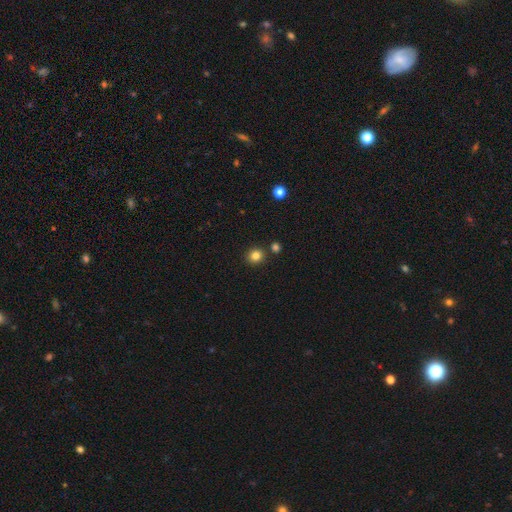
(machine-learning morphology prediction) smooth-or-featured: smooth: 83% | star or artifact: 12% | featured or disk: 5%
  how-rounded: round: 86% | in between: 13% | cigar-shaped: 1%
  merging: none: 85% | minor disturbance: 7% | merger: 6% | major disturbance: 2%